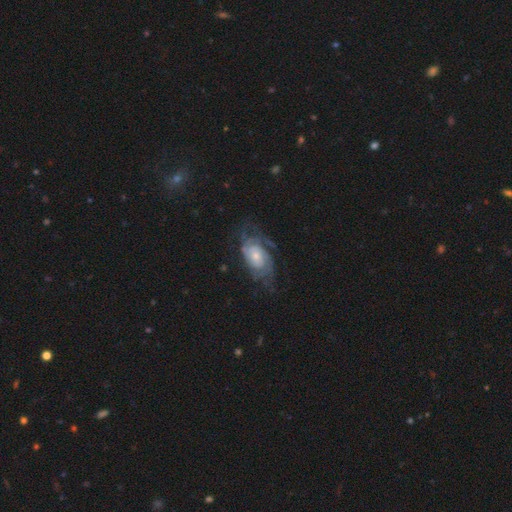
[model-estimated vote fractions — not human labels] This is likely a featured or disk galaxy (79%). It is clearly not viewed edge-on (96%). Bar: likely no (73%). Spiral arm pattern: clearly yes (92%). Spiral arm count: marginally can't tell (38%). Spiral winding: possibly tight (58%). Central bulge: possibly small (48%). Merging: possibly none (58%).